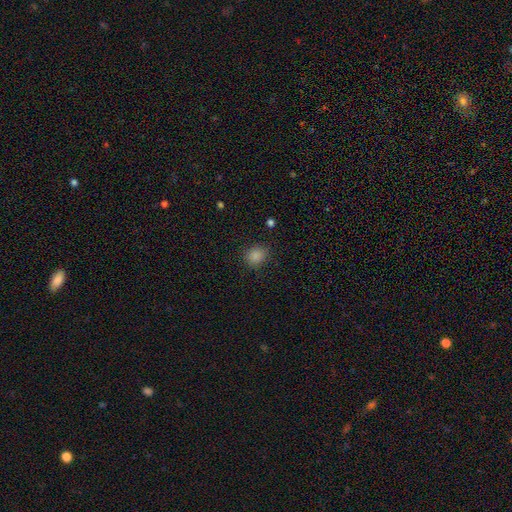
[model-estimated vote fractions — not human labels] smooth 85%, star or artifact 12%, featured or disk 3%. Down the decision tree: how rounded — round (75%); merging — none (86%).